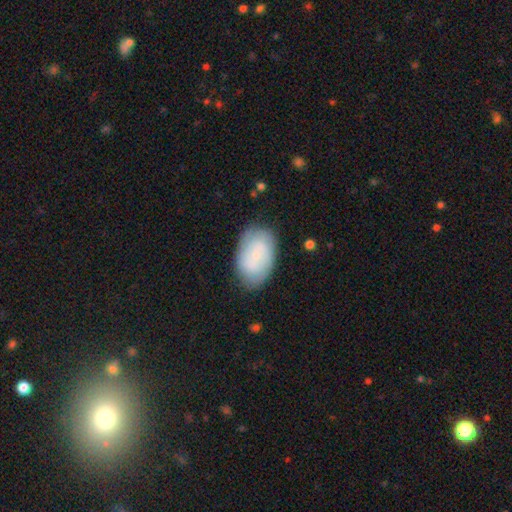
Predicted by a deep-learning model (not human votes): Smooth or featured? smooth (54%)
How rounded? in between (90%)
Merging? none (76%)